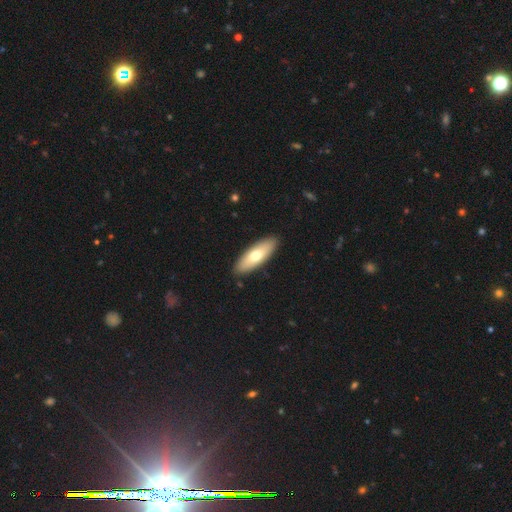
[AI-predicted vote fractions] This appears to be a smooth galaxy with no disk features (66%) that is in between round and cigar-shaped (63%). Merging: none (90%).